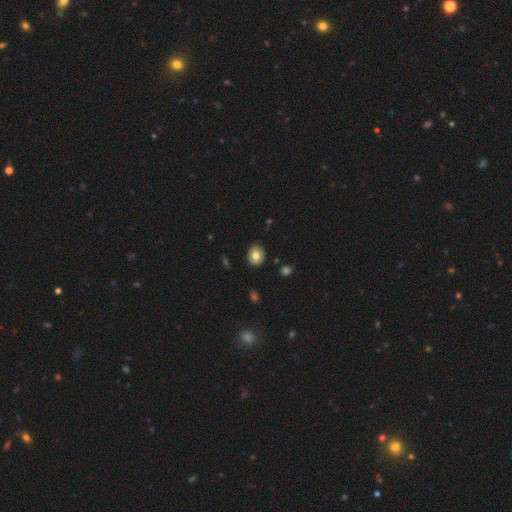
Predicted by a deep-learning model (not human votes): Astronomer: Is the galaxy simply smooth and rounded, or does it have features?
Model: smooth — 76%.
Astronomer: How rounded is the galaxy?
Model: round — 61% (runner-up: in between, 38%).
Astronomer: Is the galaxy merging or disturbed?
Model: none — 88%.